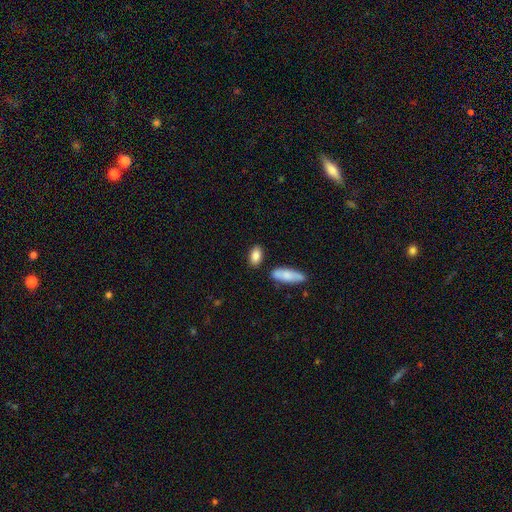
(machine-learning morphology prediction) smooth-or-featured: smooth: 86% | featured or disk: 7% | star or artifact: 7%
  how-rounded: in between: 87% | cigar-shaped: 8% | round: 5%
  merging: none: 79% | minor disturbance: 12% | merger: 7% | major disturbance: 3%